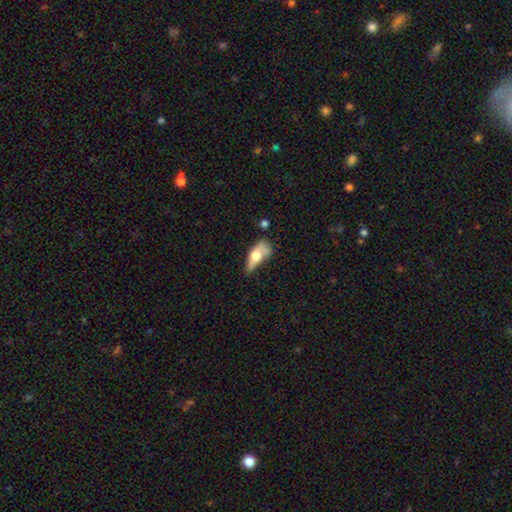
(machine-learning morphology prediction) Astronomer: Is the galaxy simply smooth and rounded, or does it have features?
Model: smooth — 62%.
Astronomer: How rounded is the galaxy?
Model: in between — 75%.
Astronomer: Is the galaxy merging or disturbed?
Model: minor disturbance — 33% (runner-up: major disturbance, 29%).